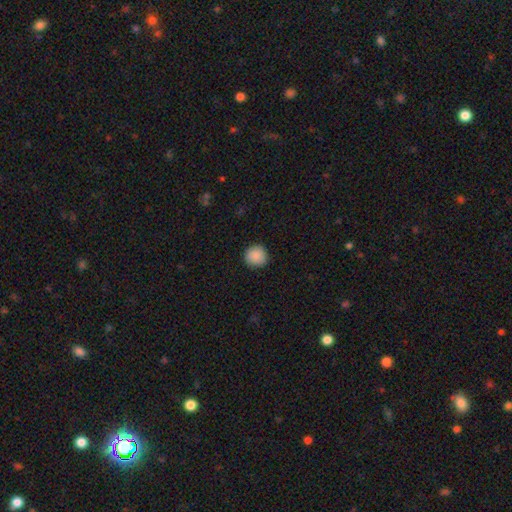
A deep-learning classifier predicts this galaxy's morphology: A smooth galaxy with no disk features (90%) that is round (93%).

Vote fractions:
- Smooth or featured? smooth: 90% / star or artifact: 8% / featured or disk: 2%
- How rounded? round: 93% / in between: 6% / cigar-shaped: 1%
- Merging? none: 91% / minor disturbance: 6% / major disturbance: 2% / merger: 1%